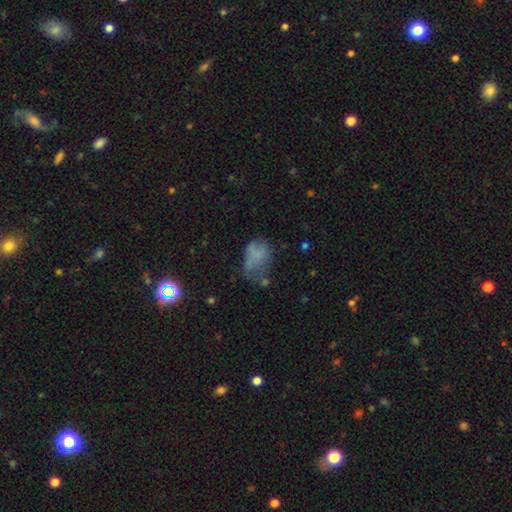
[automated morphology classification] Overall: smooth (61%; featured or disk 23%). How rounded: in between (77%). Merging: major disturbance (33%; minor disturbance 30%).